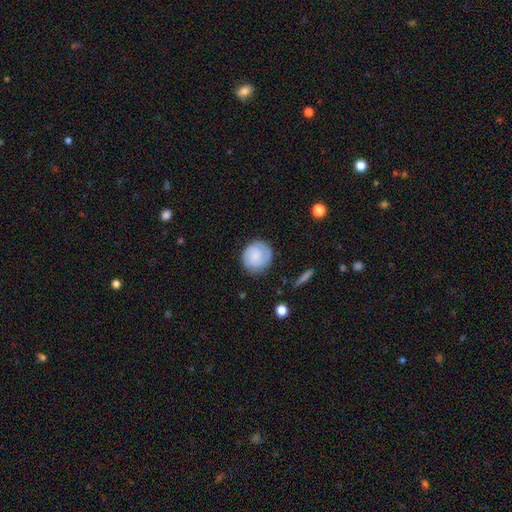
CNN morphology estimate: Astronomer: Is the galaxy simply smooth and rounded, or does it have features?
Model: featured or disk — 48% (runner-up: smooth, 45%).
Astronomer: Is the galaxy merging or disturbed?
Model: none — 82%.